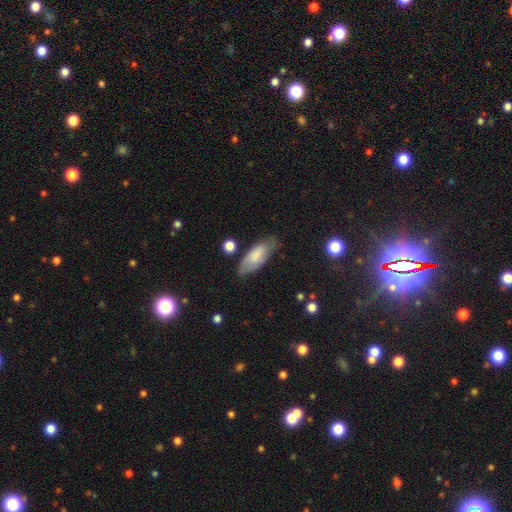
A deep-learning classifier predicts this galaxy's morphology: smooth-or-featured: smooth: 72% | featured or disk: 22% | star or artifact: 6%
  how-rounded: in between: 75% | cigar-shaped: 23% | round: 2%
  merging: none: 71% | minor disturbance: 21% | major disturbance: 5% | merger: 3%